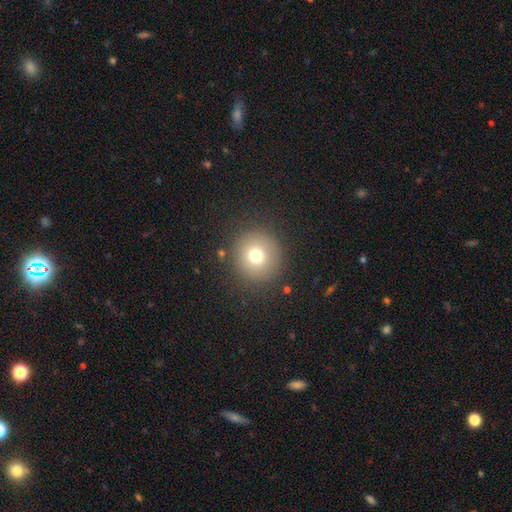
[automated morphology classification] A smooth galaxy with no disk features (72%) that is round (95%). Merging: none (88%).